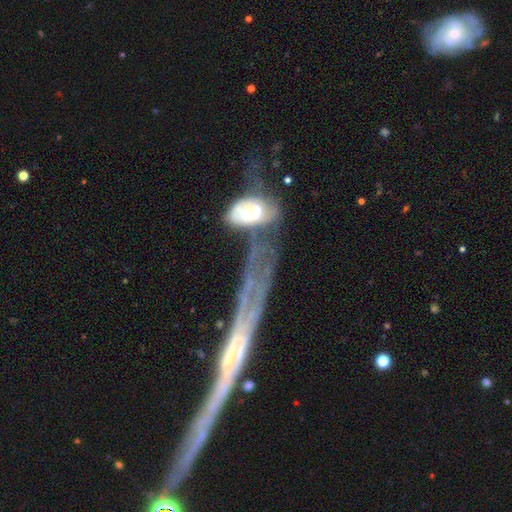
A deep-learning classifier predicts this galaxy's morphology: A featured or disk galaxy (66%) viewed edge-on (61%). Merging: none (35%).